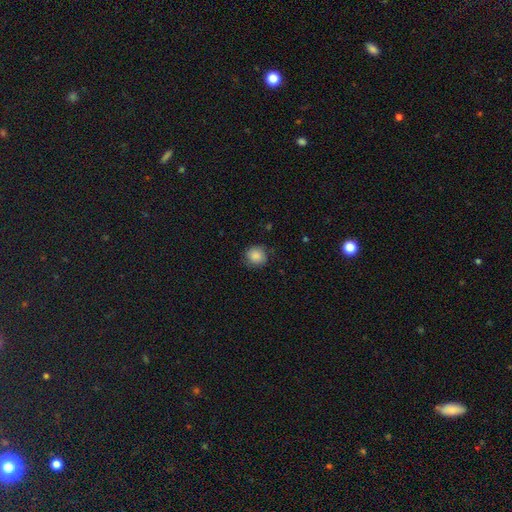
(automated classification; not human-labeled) Q: Smooth or featured?
A: smooth (86%); runner-up: star or artifact (9%)
Q: How rounded?
A: round (86%); runner-up: in between (13%)
Q: Merging?
A: none (81%); runner-up: minor disturbance (14%)